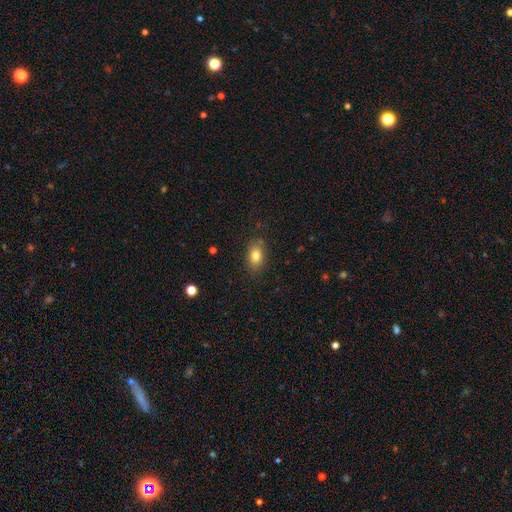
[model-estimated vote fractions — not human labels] smooth-or-featured: smooth: 81% | featured or disk: 10% | star or artifact: 9%
  how-rounded: in between: 85% | round: 12% | cigar-shaped: 3%
  merging: none: 82% | minor disturbance: 14% | major disturbance: 3% | merger: 1%